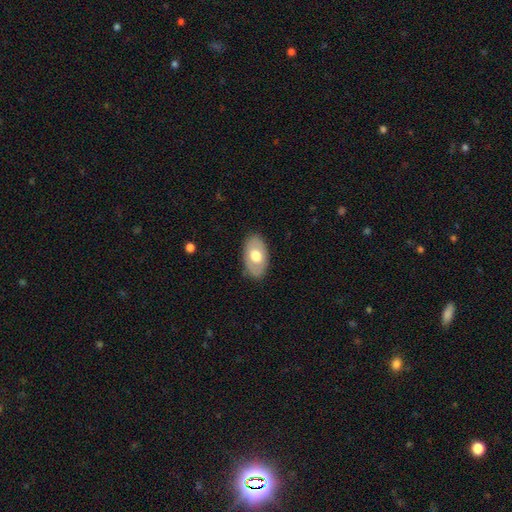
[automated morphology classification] smooth 59%, featured or disk 35%, star or artifact 6%. Down the decision tree: how rounded — in between (92%); merging — none (84%).